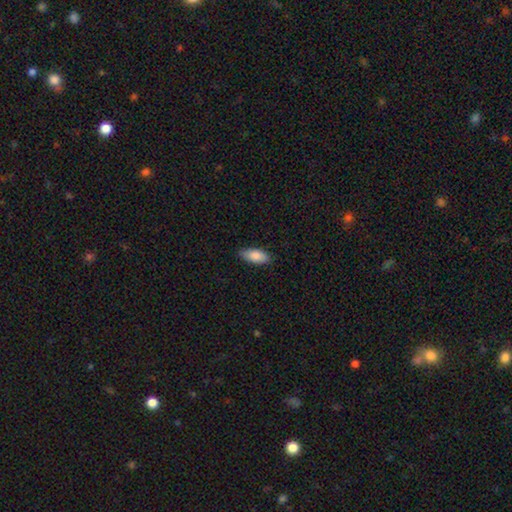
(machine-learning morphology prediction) smooth-or-featured: smooth: 87% | featured or disk: 7% | star or artifact: 6%
  how-rounded: in between: 85% | cigar-shaped: 13% | round: 2%
  merging: none: 84% | minor disturbance: 13% | major disturbance: 2% | merger: 1%